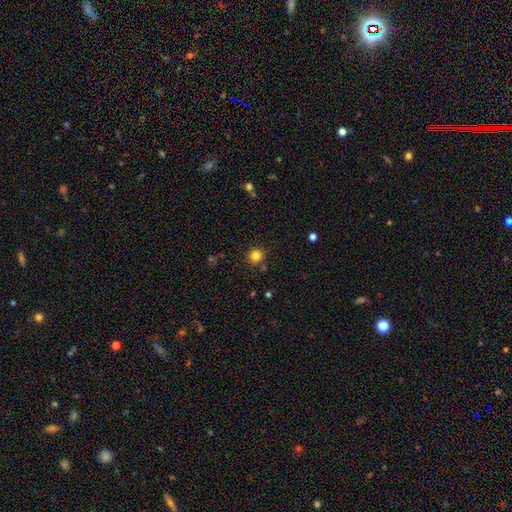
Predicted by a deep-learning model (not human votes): smooth-or-featured: smooth: 81% | star or artifact: 13% | featured or disk: 5%
  how-rounded: round: 92% | in between: 7% | cigar-shaped: 1%
  merging: none: 86% | minor disturbance: 8% | merger: 4% | major disturbance: 2%